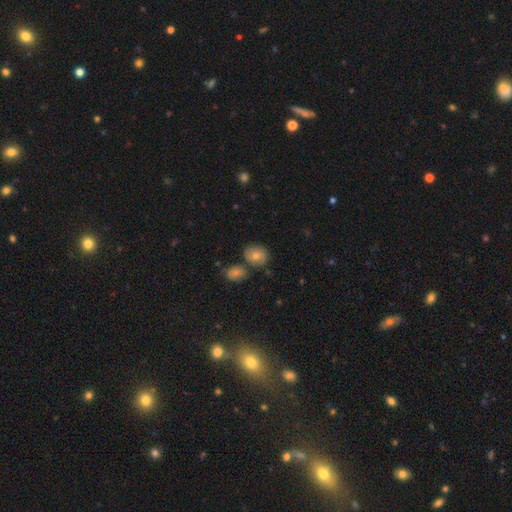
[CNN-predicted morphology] This appears to be a smooth galaxy with no disk features (76%) that is round (62%). Merging: none (66%).